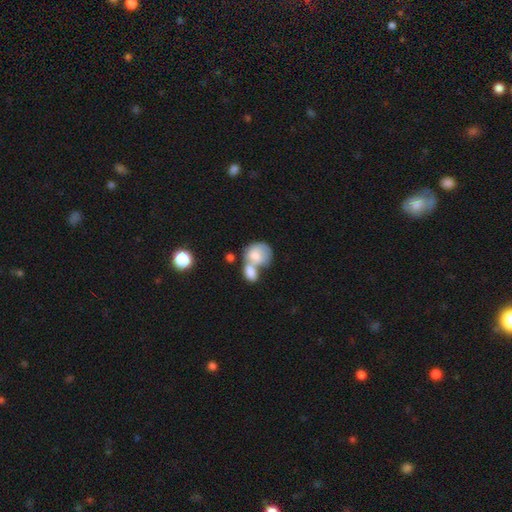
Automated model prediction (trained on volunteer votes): smooth-or-featured: smooth: 74% | featured or disk: 19% | star or artifact: 7%
  how-rounded: round: 53% | in between: 46% | cigar-shaped: 1%
  merging: merger: 66% | none: 19% | minor disturbance: 9% | major disturbance: 6%